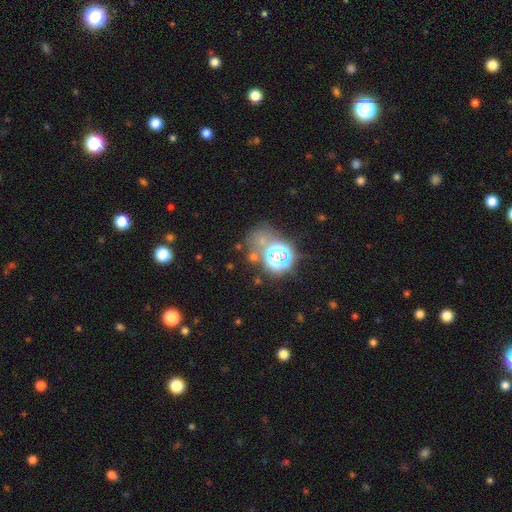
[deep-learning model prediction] Smooth or featured?
  - star or artifact: 60% *
  - smooth: 28%
  - featured or disk: 12%